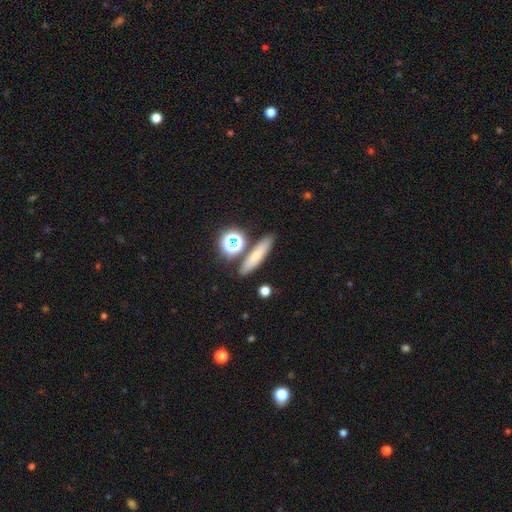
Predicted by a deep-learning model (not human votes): Morphology: type=smooth (67%); roundness=cigar-shaped (67%); merging=none (80%).